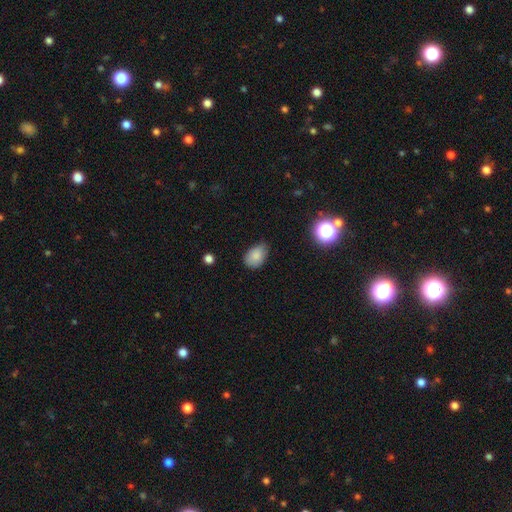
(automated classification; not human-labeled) This is clearly a smooth galaxy (83%). How rounded: clearly in between (81%). Merging: likely none (63%).